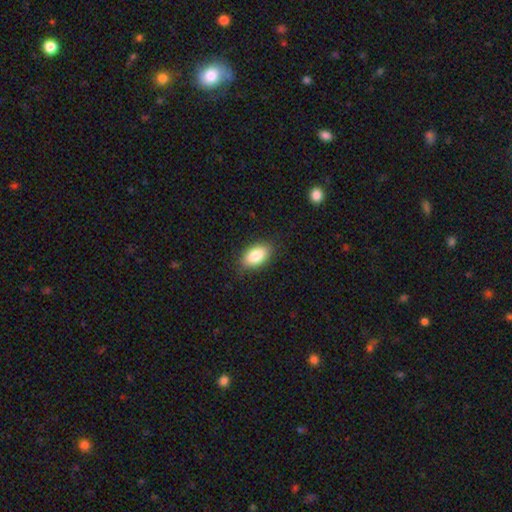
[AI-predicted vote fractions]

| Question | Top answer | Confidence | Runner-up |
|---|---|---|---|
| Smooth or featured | smooth | 85% | featured or disk (8%) |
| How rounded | in between | 92% | round (6%) |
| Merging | none | 84% | minor disturbance (12%) |